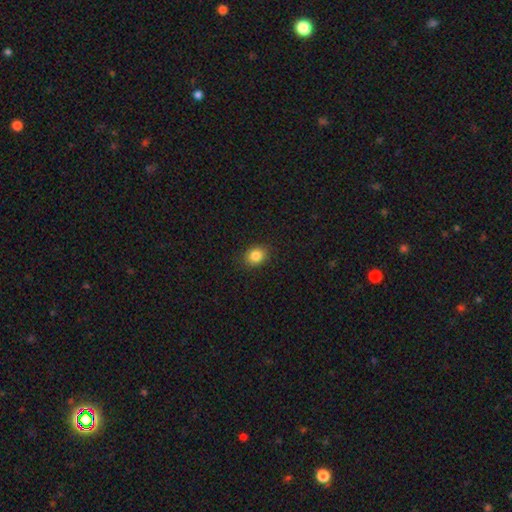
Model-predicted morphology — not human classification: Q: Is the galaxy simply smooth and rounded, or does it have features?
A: smooth — 84%.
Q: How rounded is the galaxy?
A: round — 57%.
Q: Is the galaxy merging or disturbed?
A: none — 88%.